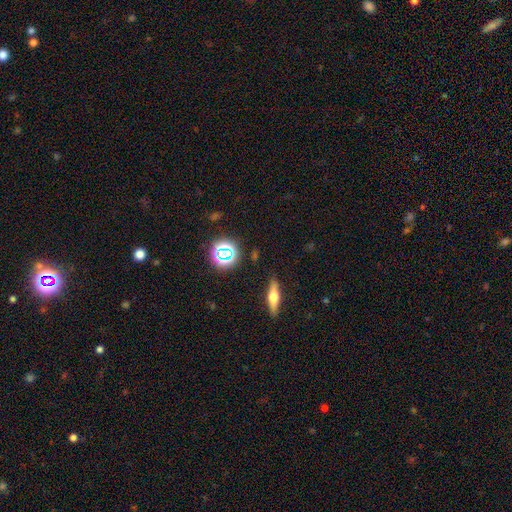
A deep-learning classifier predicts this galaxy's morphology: Overall: featured or disk (38%; smooth 32%). Merging: none (89%).